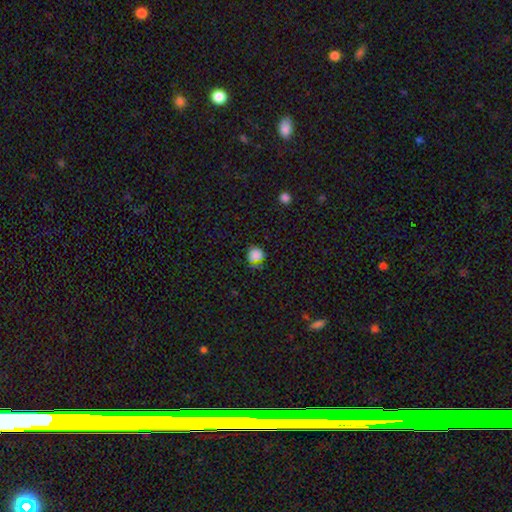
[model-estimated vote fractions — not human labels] A smooth galaxy with no disk features (76%) that is round (84%).

Vote fractions:
- Smooth or featured? smooth: 76% / star or artifact: 19% / featured or disk: 5%
- How rounded? round: 84% / in between: 15% / cigar-shaped: 1%
- Merging? none: 70% / minor disturbance: 20% / major disturbance: 6% / merger: 5%